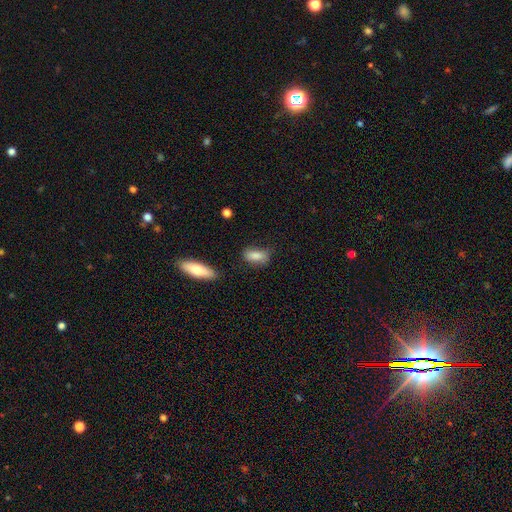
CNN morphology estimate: This appears to be a smooth galaxy with no disk features (84%) that is in between round and cigar-shaped (85%). Merging: none (67%).